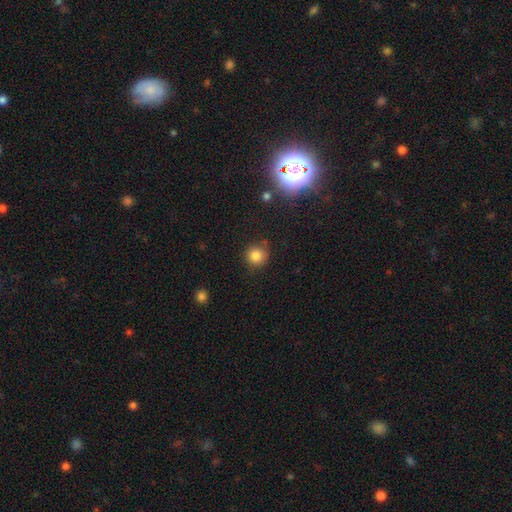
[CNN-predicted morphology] Overall: smooth (81%). How rounded: round (92%). Merging: none (81%).